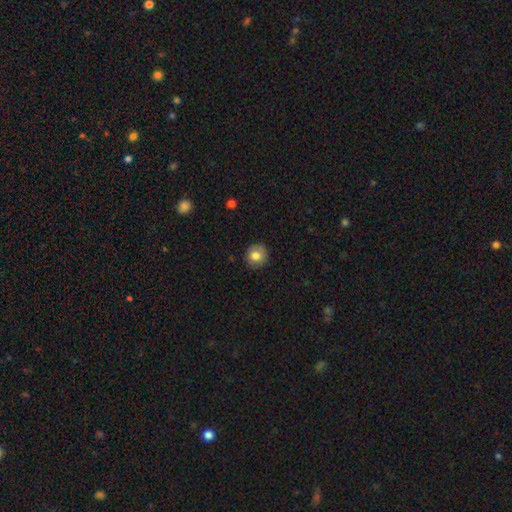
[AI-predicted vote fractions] Q: Smooth or featured?
A: smooth (81%); runner-up: featured or disk (10%)
Q: How rounded?
A: round (88%); runner-up: in between (11%)
Q: Merging?
A: none (86%); runner-up: minor disturbance (10%)